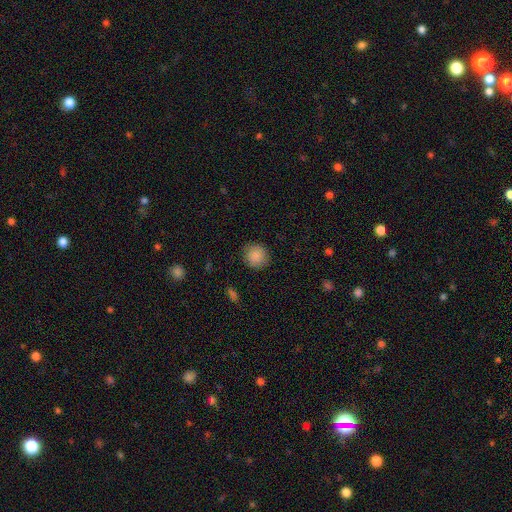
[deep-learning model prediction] Smooth or featured? Predicted: smooth (p=0.88). How rounded? Predicted: round (p=0.90). Merging? Predicted: none (p=0.88).